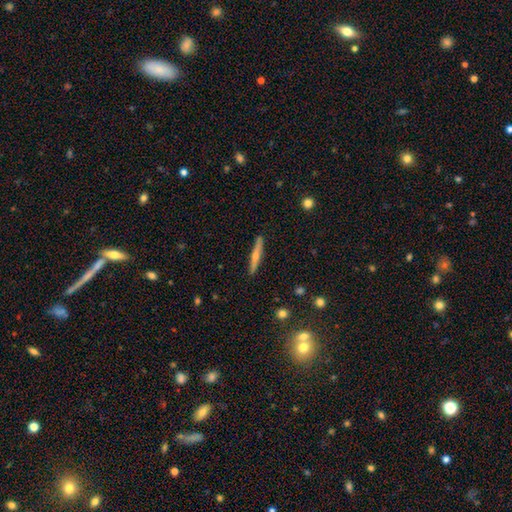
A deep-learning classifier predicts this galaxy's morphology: This appears to be a featured or disk galaxy (55%) viewed edge-on (97%) with a rounded central bulge (78%). Merging: none (90%).